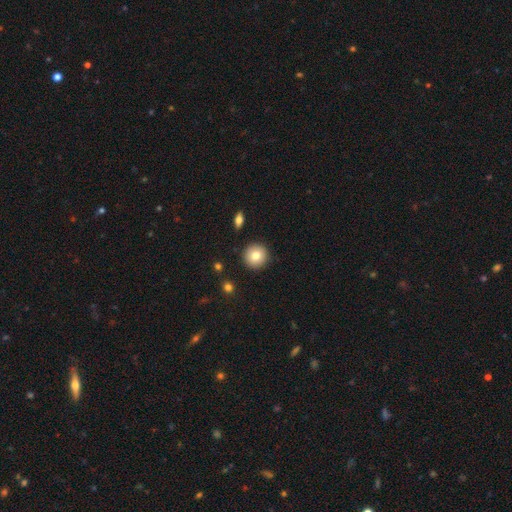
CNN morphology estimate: smooth 80%, featured or disk 11%, star or artifact 9%. Down the decision tree: how rounded — round (94%); merging — none (91%).